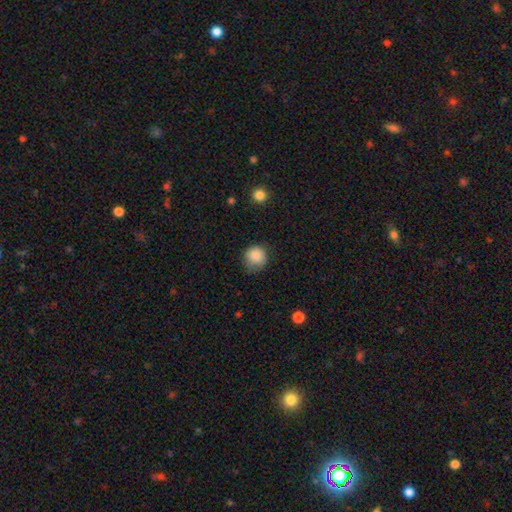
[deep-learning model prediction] Overall: smooth (87%). How rounded: round (91%). Merging: none (73%).